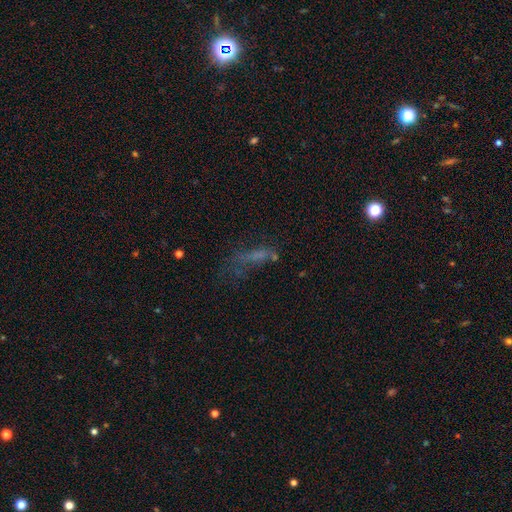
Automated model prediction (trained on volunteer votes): Smooth or featured? Predicted: smooth (p=0.46). Merging? Predicted: none (p=0.39).